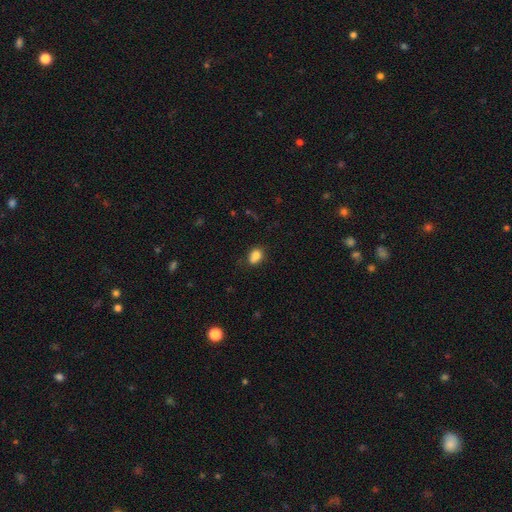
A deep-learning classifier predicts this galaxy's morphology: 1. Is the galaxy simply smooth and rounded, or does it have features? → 81% smooth, 10% star or artifact, 9% featured or disk.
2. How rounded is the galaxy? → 60% in between, 39% round, 1% cigar-shaped.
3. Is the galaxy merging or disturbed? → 56% none, 24% minor disturbance, 13% merger, 7% major disturbance.